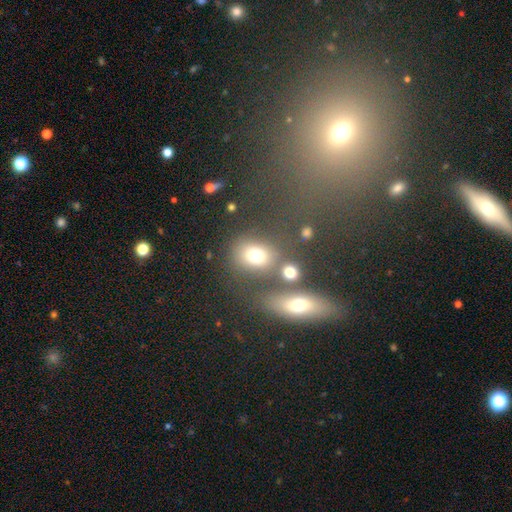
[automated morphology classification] A smooth galaxy with no disk features (74%) that is round (51%).

Vote fractions:
- Smooth or featured? smooth: 74% / star or artifact: 14% / featured or disk: 12%
- How rounded? round: 51% / in between: 47% / cigar-shaped: 2%
- Merging? none: 59% / merger: 18% / minor disturbance: 14% / major disturbance: 9%